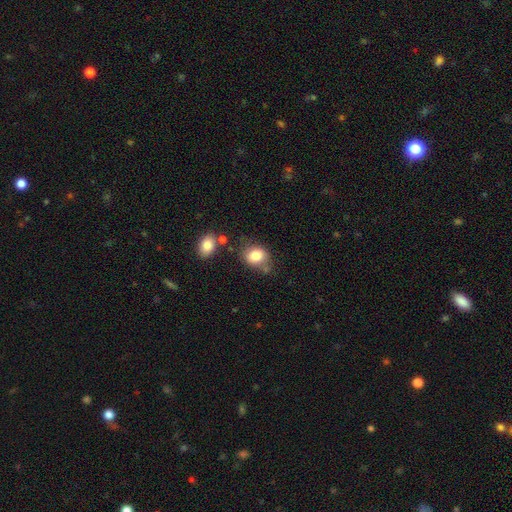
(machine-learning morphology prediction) A smooth galaxy with no disk features (81%) that is round (52%). Merging: none (60%).